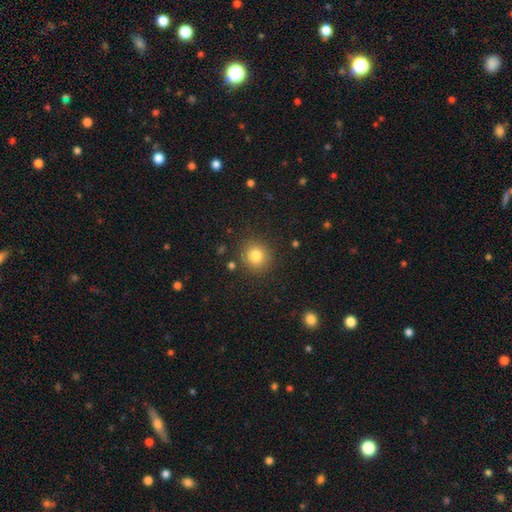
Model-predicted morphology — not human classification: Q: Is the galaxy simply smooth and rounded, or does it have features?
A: smooth — 81%.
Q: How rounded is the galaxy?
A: round — 89%.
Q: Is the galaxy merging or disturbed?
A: none — 88%.